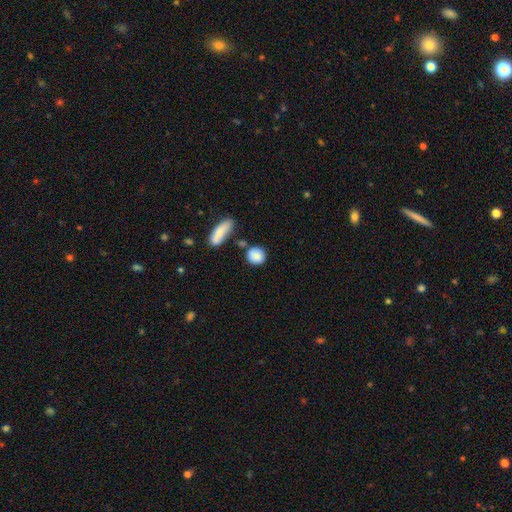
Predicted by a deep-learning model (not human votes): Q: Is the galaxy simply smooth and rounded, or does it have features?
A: smooth — 86%.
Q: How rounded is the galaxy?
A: round — 78%.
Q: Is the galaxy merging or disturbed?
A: none — 74%.